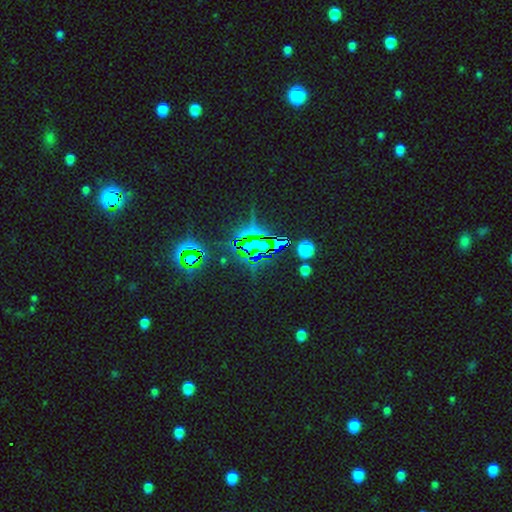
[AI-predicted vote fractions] Smooth or featured?
  - star or artifact: 83% *
  - smooth: 9%
  - featured or disk: 8%